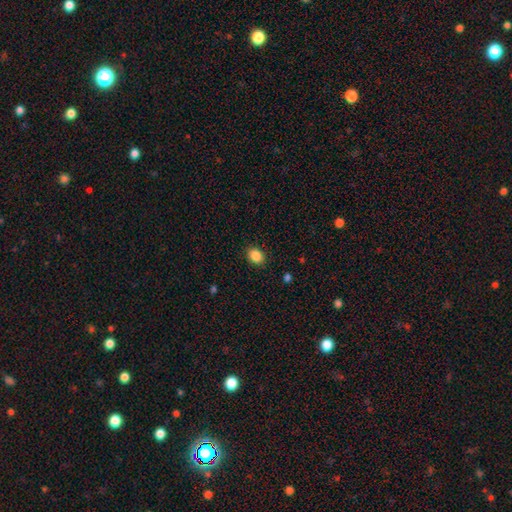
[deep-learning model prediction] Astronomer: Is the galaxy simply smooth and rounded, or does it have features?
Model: smooth — 87%.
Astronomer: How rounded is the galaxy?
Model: in between — 54% (runner-up: round, 45%).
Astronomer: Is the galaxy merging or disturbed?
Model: none — 89%.